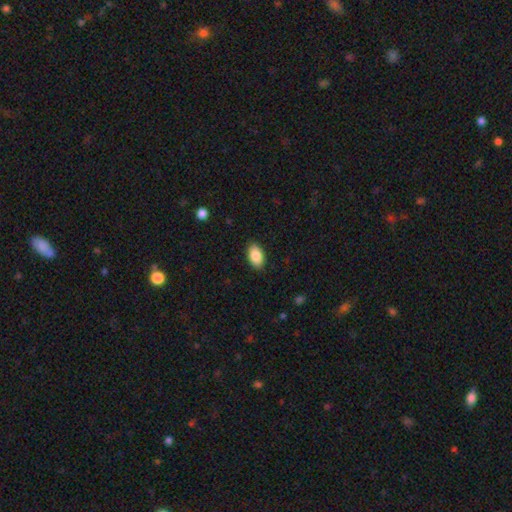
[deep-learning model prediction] Q: Smooth or featured?
A: smooth (88%); runner-up: star or artifact (7%)
Q: How rounded?
A: in between (94%); runner-up: round (4%)
Q: Merging?
A: none (89%); runner-up: minor disturbance (8%)